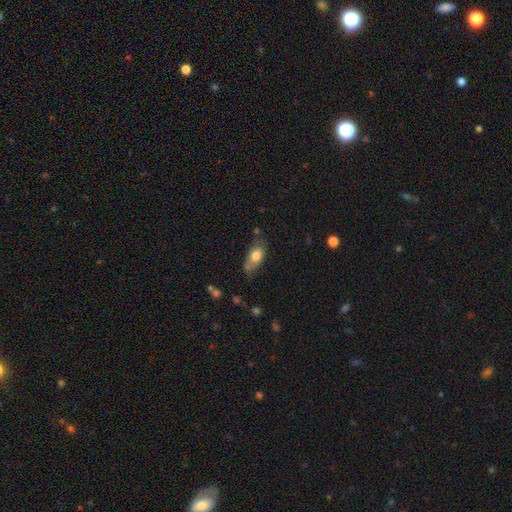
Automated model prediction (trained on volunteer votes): A smooth galaxy with no disk features (75%) that is in between round and cigar-shaped (87%).

Vote fractions:
- Smooth or featured? smooth: 75% / featured or disk: 18% / star or artifact: 7%
- How rounded? in between: 87% / cigar-shaped: 7% / round: 6%
- Merging? none: 55% / minor disturbance: 32% / major disturbance: 9% / merger: 5%